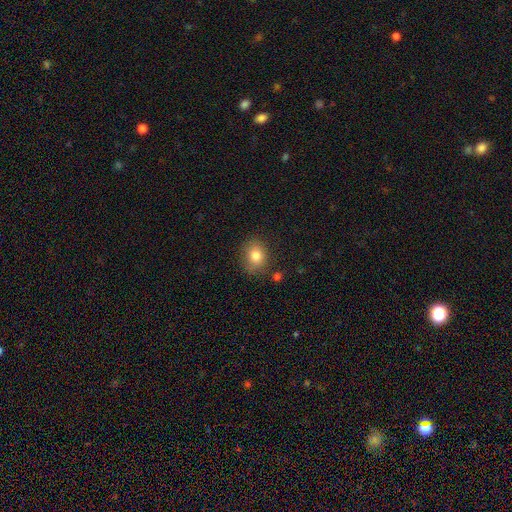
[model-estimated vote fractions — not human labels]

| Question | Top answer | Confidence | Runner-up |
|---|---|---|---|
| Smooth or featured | smooth | 82% | star or artifact (10%) |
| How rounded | round | 56% | in between (43%) |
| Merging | none | 76% | minor disturbance (16%) |